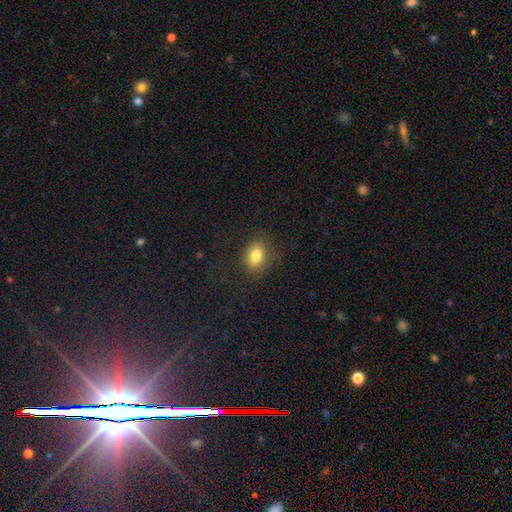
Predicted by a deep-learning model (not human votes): A smooth galaxy with no disk features (82%) that is in between round and cigar-shaped (70%). Merging: none (79%).